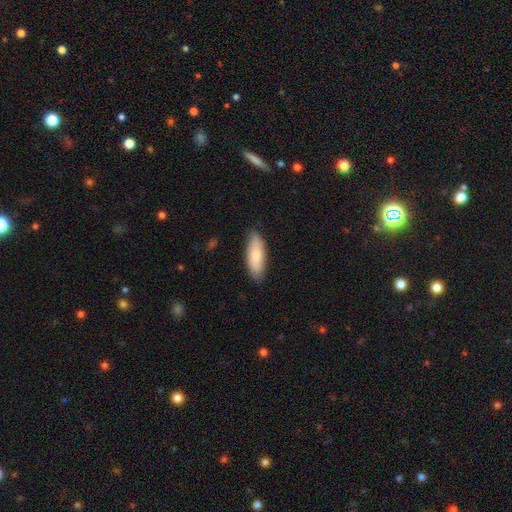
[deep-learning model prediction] smooth_or_featured: smooth (p=0.81) [alt: featured or disk p=0.13]
how_rounded: in between (p=0.69) [alt: cigar-shaped p=0.29]
merging: none (p=0.82) [alt: minor disturbance p=0.15]